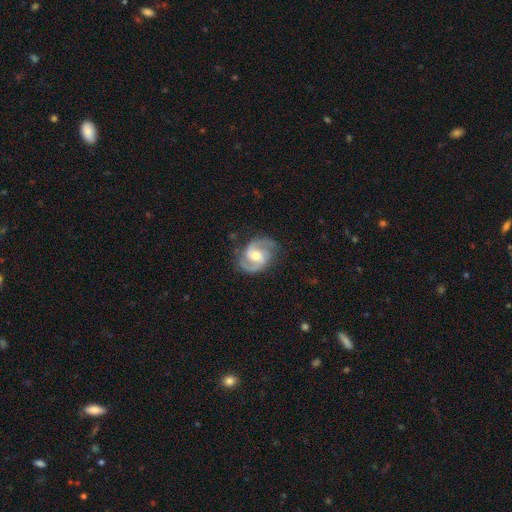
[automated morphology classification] smooth_or_featured: featured or disk (p=0.90) [alt: smooth p=0.06]
disk_edge_on: no (p=0.98) [alt: yes p=0.02]
bar: weak (p=0.46) [alt: no p=0.39]
has_spiral_arms: yes (p=0.97) [alt: no p=0.03]
spiral_winding: medium (p=0.55) [alt: tight p=0.31]
spiral_arm_count: 2 (p=0.90) [alt: 3 p=0.03]
bulge_size: moderate (p=0.70) [alt: small p=0.23]
merging: none (p=0.78) [alt: minor disturbance p=0.16]